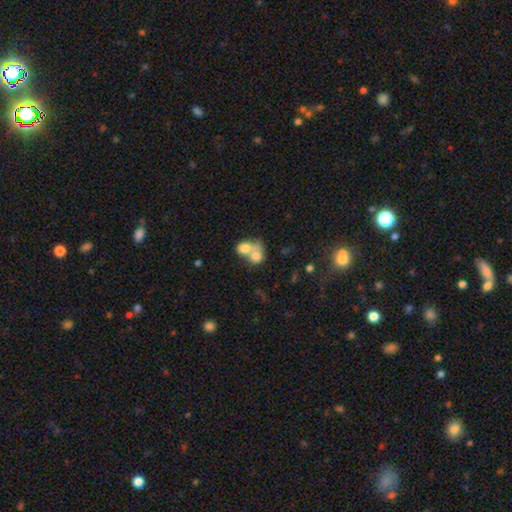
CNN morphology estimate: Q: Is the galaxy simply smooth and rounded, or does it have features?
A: smooth — 72%.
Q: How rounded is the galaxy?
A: round — 59%.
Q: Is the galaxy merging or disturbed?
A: merger — 74%.